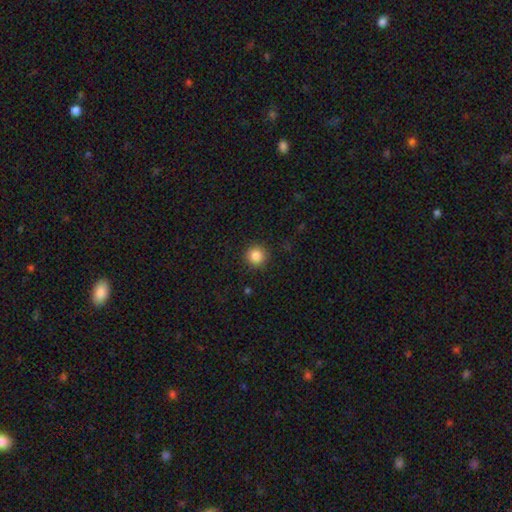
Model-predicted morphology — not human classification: This is clearly a smooth galaxy (85%). How rounded: clearly round (96%). Merging: clearly none (92%).